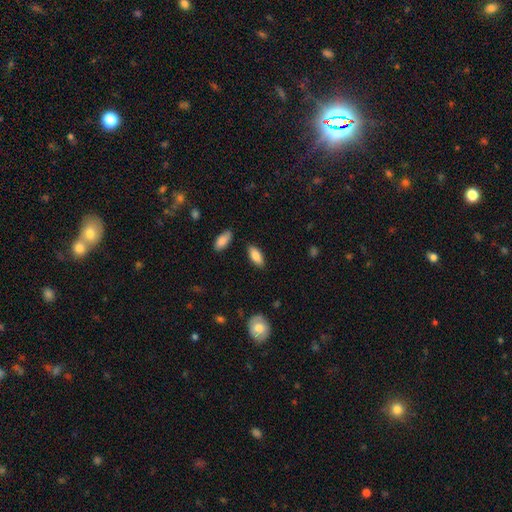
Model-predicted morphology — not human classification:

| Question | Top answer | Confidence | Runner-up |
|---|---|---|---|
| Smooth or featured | smooth | 84% | featured or disk (10%) |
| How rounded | in between | 83% | cigar-shaped (15%) |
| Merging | none | 86% | minor disturbance (10%) |